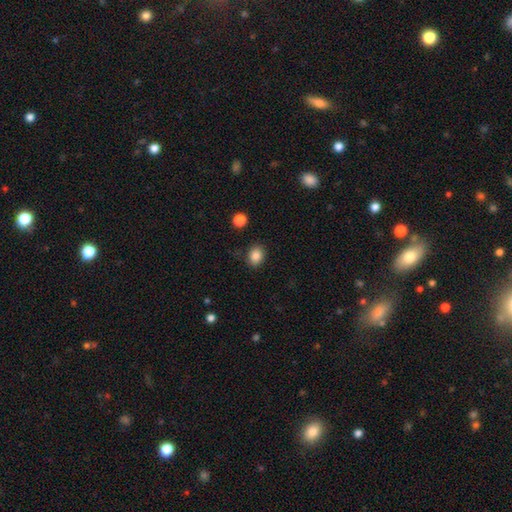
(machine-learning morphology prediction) Overall: smooth (86%). How rounded: in between (51%; round 48%). Merging: none (86%).